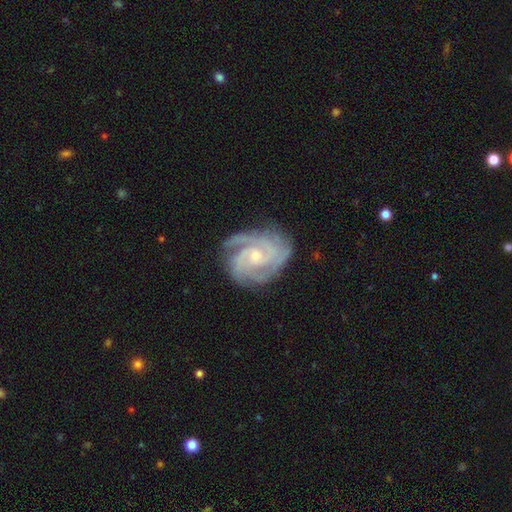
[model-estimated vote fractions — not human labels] featured or disk 90%, star or artifact 5%, smooth 5%. Down the decision tree: edge-on disk — no (98%); bar — no (66%); spiral arms — yes (98%); spiral arm count — 3 (43%); spiral winding — tight (68%); bulge size — small (70%); merging — none (75%).